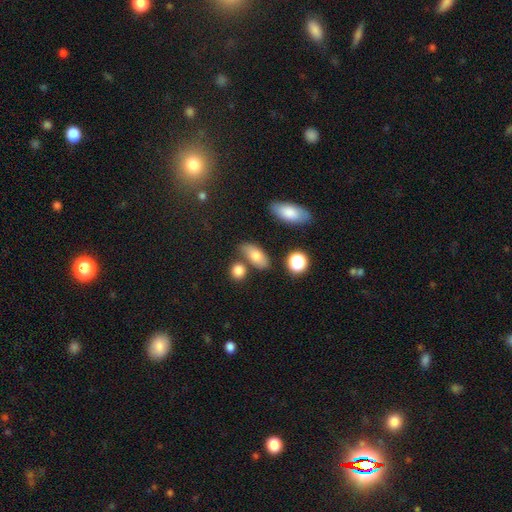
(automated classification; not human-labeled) smooth 77%, featured or disk 14%, star or artifact 10%. Down the decision tree: how rounded — in between (84%); merging — none (69%).